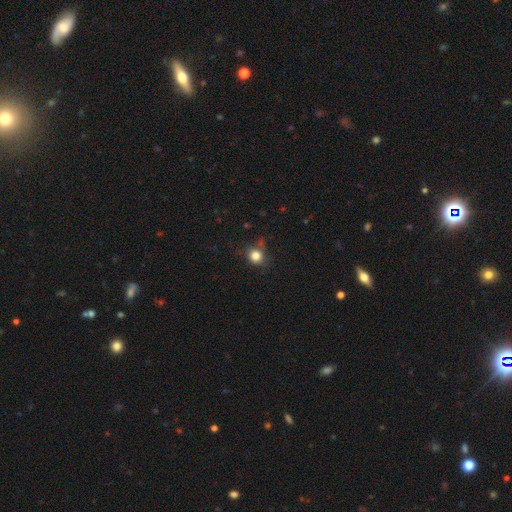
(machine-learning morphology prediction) This is clearly a smooth galaxy (82%). How rounded: clearly round (85%). Merging: likely none (72%).